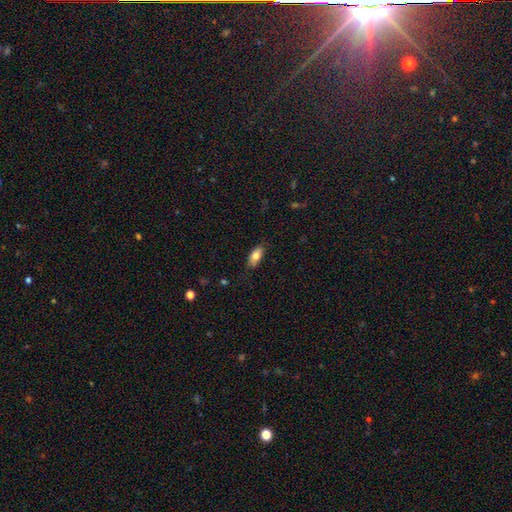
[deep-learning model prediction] Smooth or featured: smooth — 77% (featured or disk — 16%)
How rounded: in between — 86% (cigar-shaped — 11%)
Merging: none — 80% (minor disturbance — 16%)